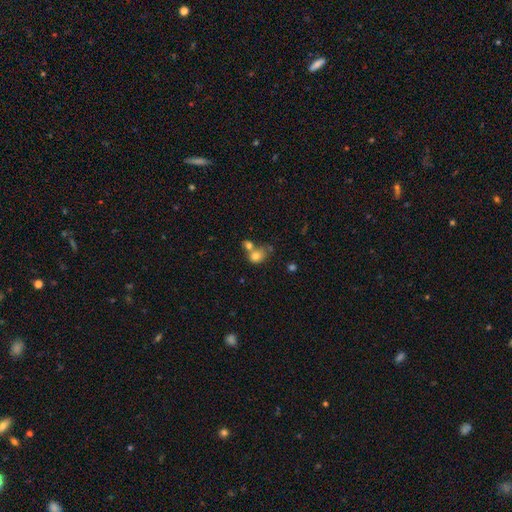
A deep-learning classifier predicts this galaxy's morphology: A smooth galaxy with no disk features (77%) that is round (53%).

Vote fractions:
- Smooth or featured? smooth: 77% / featured or disk: 13% / star or artifact: 11%
- How rounded? round: 53% / in between: 46% / cigar-shaped: 1%
- Merging? merger: 50% / none: 31% / minor disturbance: 12% / major disturbance: 7%